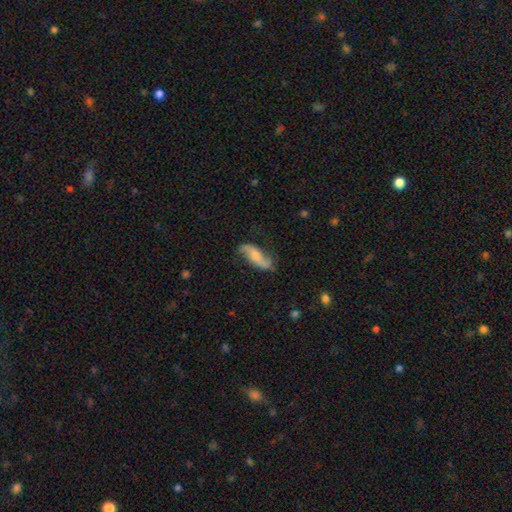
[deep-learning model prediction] Morphology: type=featured or disk (75%); edge-on=no (87%); bar=no (56%); spiral arms=yes (93%); winding=loose (77%); arm count=2 (92%); bulge=moderate (51%); merging=none (76%).